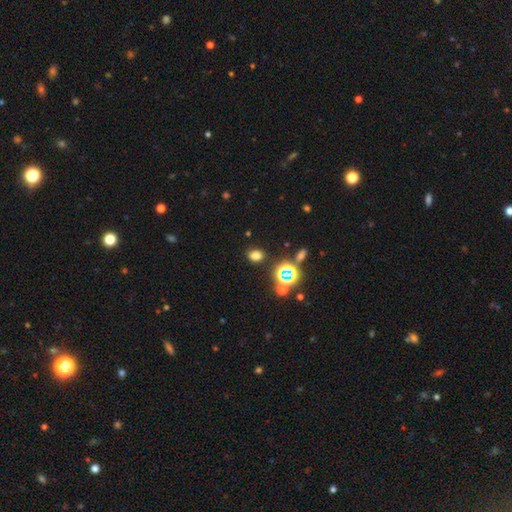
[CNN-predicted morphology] Overall: smooth (70%). How rounded: in between (52%; round 47%). Merging: none (85%).